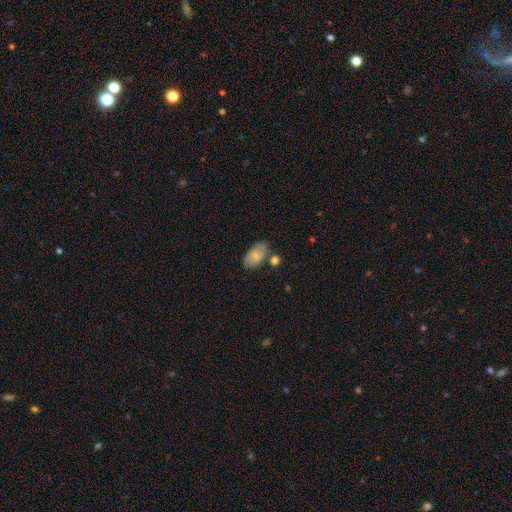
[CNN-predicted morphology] This appears to be a smooth galaxy with no disk features (75%) that is in between round and cigar-shaped (93%). Merging: none (64%).